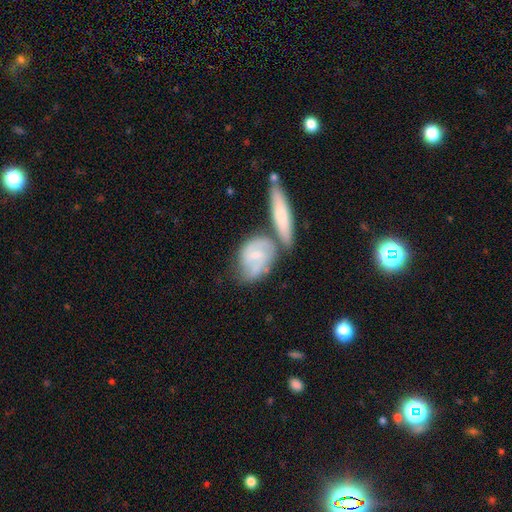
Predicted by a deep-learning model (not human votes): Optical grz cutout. It shows a featured or disk galaxy (59%) with no bar (49%), spiral arms (83%) and a small central bulge (64%). Merging: none (44%).